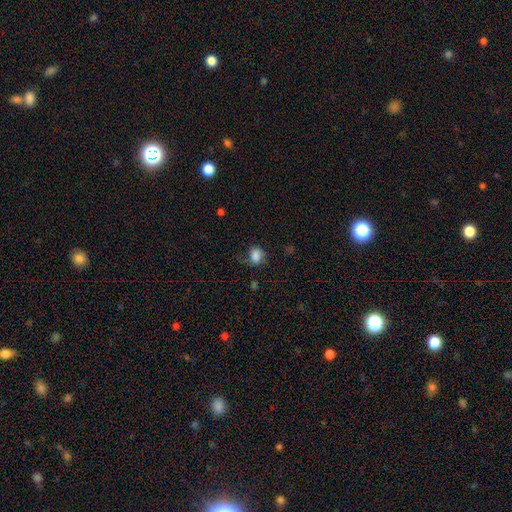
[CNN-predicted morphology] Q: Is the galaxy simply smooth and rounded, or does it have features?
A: smooth — 80%.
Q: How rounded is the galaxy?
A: in between — 51%.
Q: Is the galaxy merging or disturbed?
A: none — 54%.